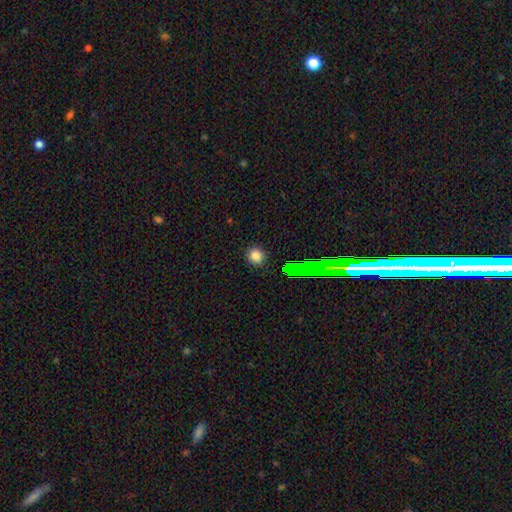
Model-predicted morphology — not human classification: Overall: smooth (79%). How rounded: round (91%). Merging: none (90%).